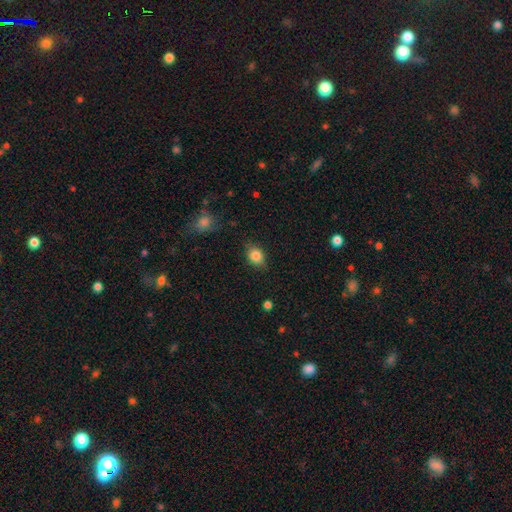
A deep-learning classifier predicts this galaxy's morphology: smooth-or-featured: smooth: 83% | star or artifact: 9% | featured or disk: 8%
  how-rounded: in between: 59% | round: 39% | cigar-shaped: 2%
  merging: none: 77% | minor disturbance: 18% | major disturbance: 4% | merger: 1%